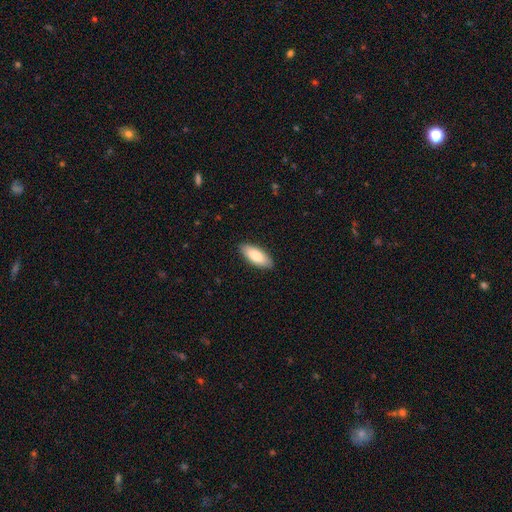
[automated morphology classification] A smooth galaxy with no disk features (83%) that is in between round and cigar-shaped (80%). Merging: none (89%).